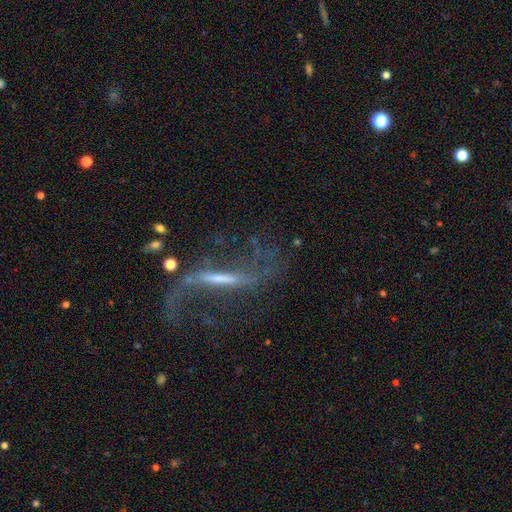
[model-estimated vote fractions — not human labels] The model was most divided on "bulge size": small: 40%, none: 31%, moderate: 23%, large: 4%, dominant: 2%. More confident: spiral arms — yes (86%); smooth or featured — featured or disk (80%); edge-on disk — no (72%); bar — strong (60%); merging — none (52%).